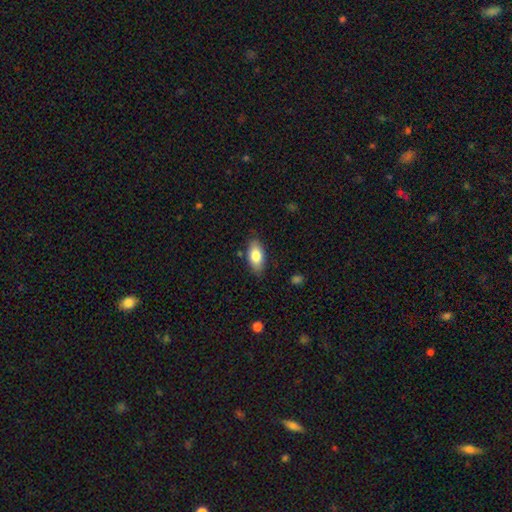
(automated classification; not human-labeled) A smooth galaxy with no disk features (79%) that is in between round and cigar-shaped (89%).

Vote fractions:
- Smooth or featured? smooth: 79% / featured or disk: 14% / star or artifact: 7%
- How rounded? in between: 89% / cigar-shaped: 7% / round: 3%
- Merging? none: 82% / minor disturbance: 13% / major disturbance: 3% / merger: 2%